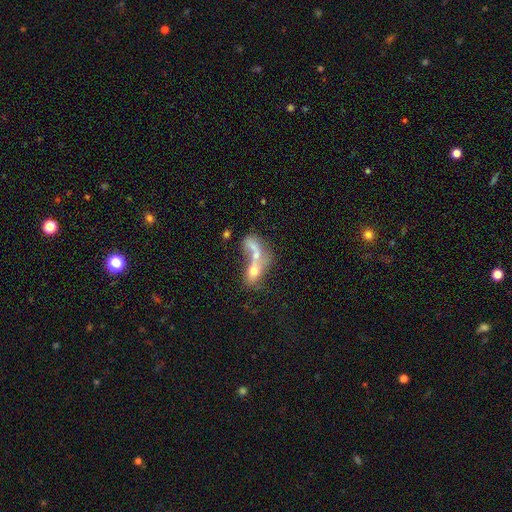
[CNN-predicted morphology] Smooth or featured?
  - smooth: 44% *
  - featured or disk: 43%
  - star or artifact: 13%
Merging?
  - merger: 71% *
  - none: 14%
  - major disturbance: 10%
  - minor disturbance: 6%